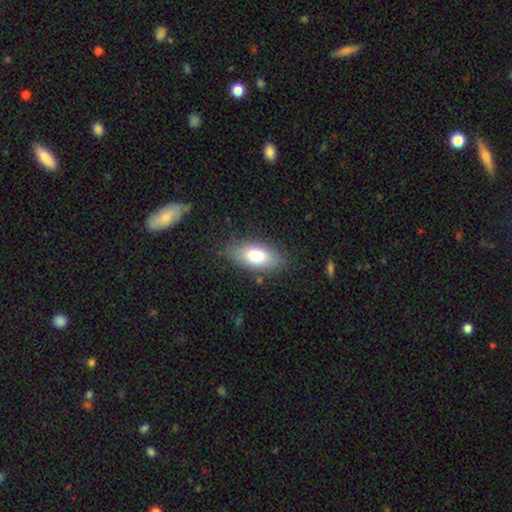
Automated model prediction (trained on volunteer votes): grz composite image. It shows a smooth galaxy with no disk features (79%) that is in between round and cigar-shaped (87%). Merging: none (81%).